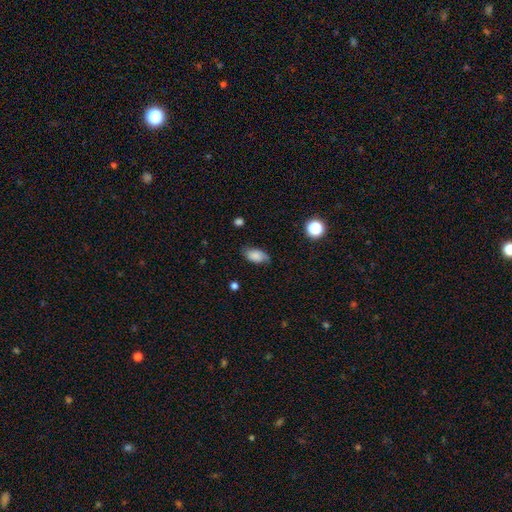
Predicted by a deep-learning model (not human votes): smooth-or-featured: smooth: 79% | featured or disk: 12% | star or artifact: 9%
  how-rounded: in between: 91% | round: 5% | cigar-shaped: 3%
  merging: none: 69% | minor disturbance: 24% | major disturbance: 5% | merger: 1%